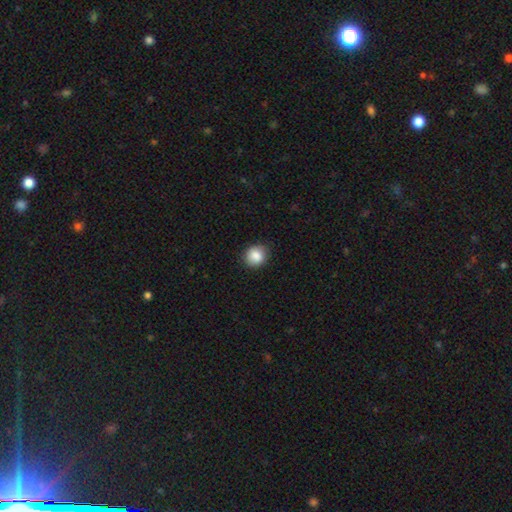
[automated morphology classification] Q: Smooth or featured?
A: smooth (87%); runner-up: star or artifact (8%)
Q: How rounded?
A: round (80%); runner-up: in between (19%)
Q: Merging?
A: none (86%); runner-up: minor disturbance (11%)